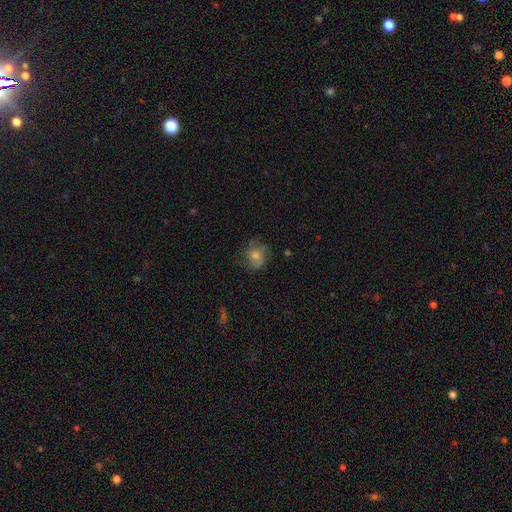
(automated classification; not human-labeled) This appears to be a featured or disk galaxy (44%). Merging: none (67%).